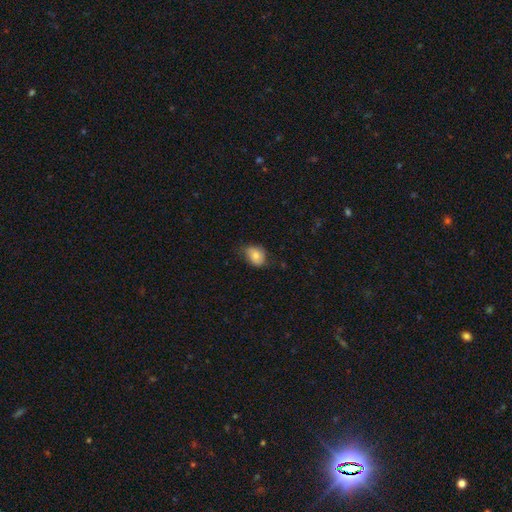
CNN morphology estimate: Smooth or featured? smooth (80%)
How rounded? in between (62%)
Merging? none (63%)